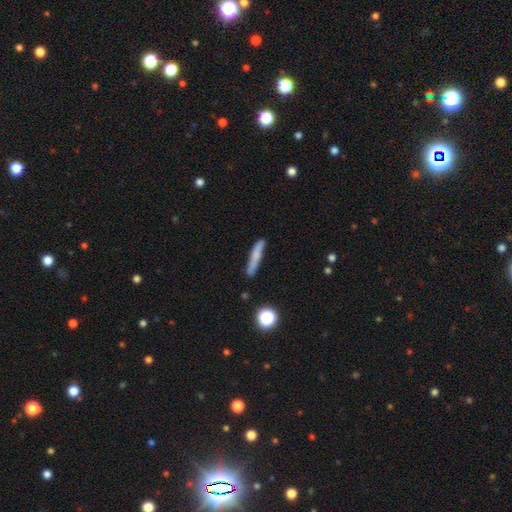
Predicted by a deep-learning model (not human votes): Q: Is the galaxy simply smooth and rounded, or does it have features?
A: smooth — 68%.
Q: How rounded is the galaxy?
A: cigar-shaped — 91%.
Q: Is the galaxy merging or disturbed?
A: none — 81%.